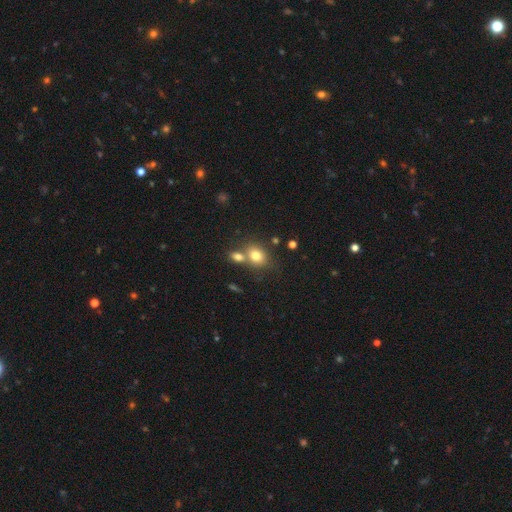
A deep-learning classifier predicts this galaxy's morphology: Smooth or featured? smooth (77%)
How rounded? in between (50%)
Merging? none (49%)